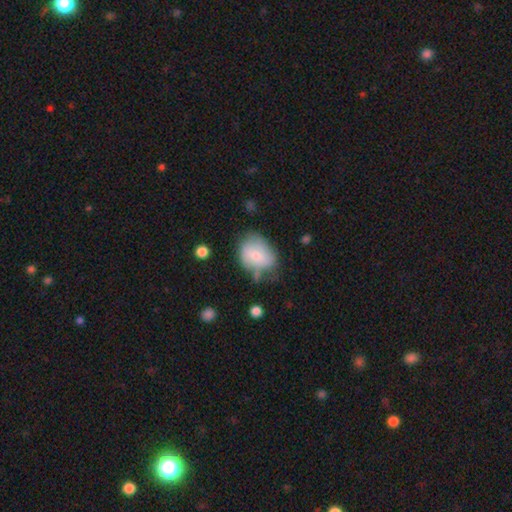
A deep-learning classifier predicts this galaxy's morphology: Smooth or featured? smooth (69%)
How rounded? in between (57%)
Merging? none (47%)